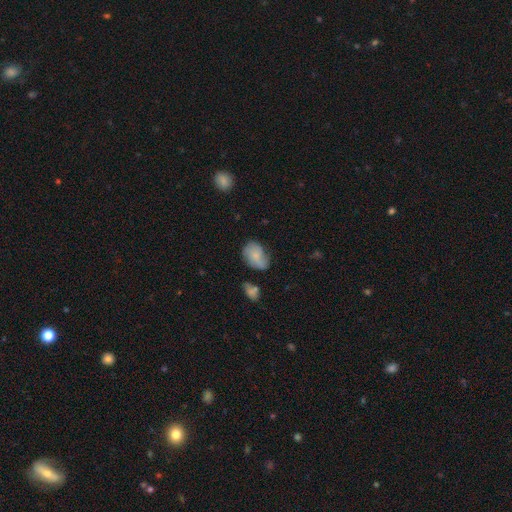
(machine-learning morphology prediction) type=smooth (65%); roundness=in between (78%); merging=none (48%).